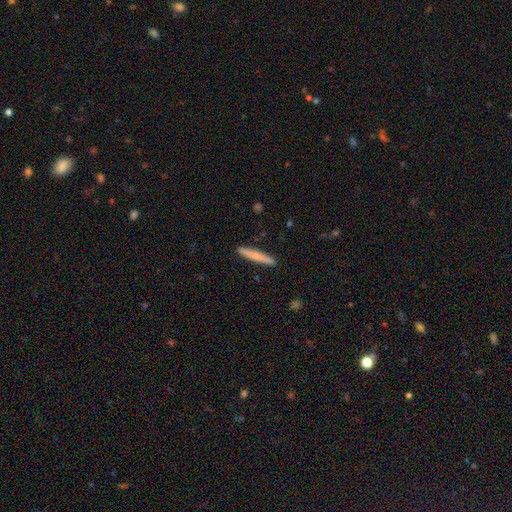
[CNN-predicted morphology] Overall: smooth (74%). How rounded: cigar-shaped (96%). Merging: none (92%).